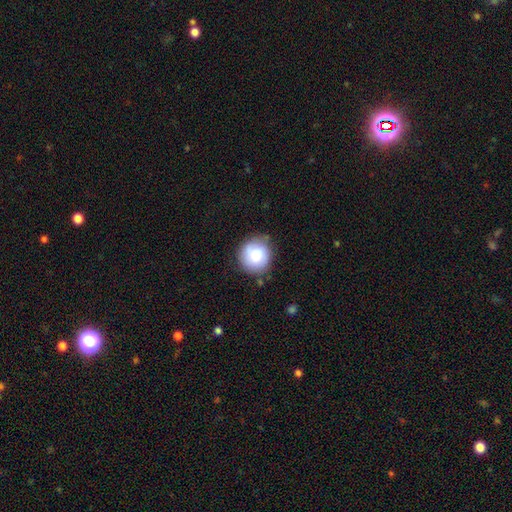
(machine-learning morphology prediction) smooth_or_featured: smooth (p=0.80) [alt: featured or disk p=0.13]
how_rounded: round (p=0.90) [alt: in between p=0.09]
merging: none (p=0.75) [alt: minor disturbance p=0.18]